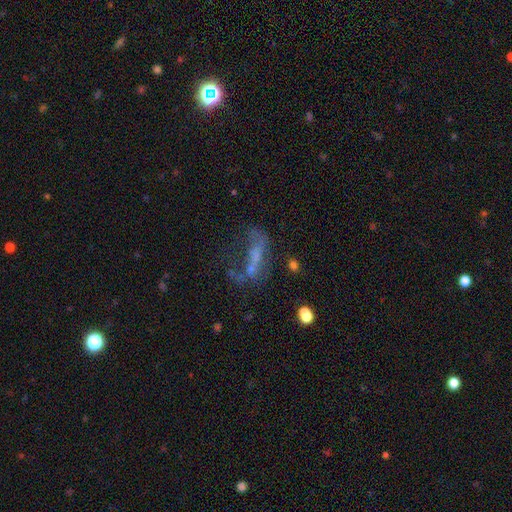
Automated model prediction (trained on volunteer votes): A featured or disk galaxy (45%).

Vote fractions:
- Smooth or featured? featured or disk: 45% / smooth: 33% / star or artifact: 22%
- Merging? major disturbance: 39% / none: 31% / minor disturbance: 16% / merger: 14%